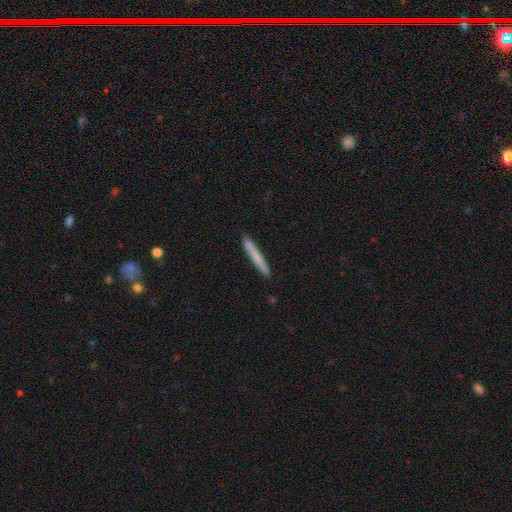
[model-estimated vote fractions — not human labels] smooth-or-featured: smooth: 72% | featured or disk: 22% | star or artifact: 6%
  how-rounded: cigar-shaped: 97% | in between: 2% | round: 1%
  merging: none: 91% | minor disturbance: 7% | major disturbance: 1% | merger: 1%